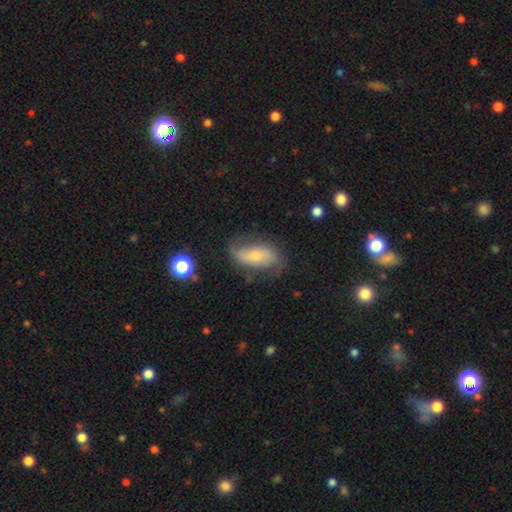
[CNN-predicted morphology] Overall: featured or disk (58%; smooth 33%). Edge-on disk: no (89%). Bar: no (52%; weak 27%). Spiral arms: yes (80%). Bulge size: small (57%; moderate 37%). Merging: none (61%; minor disturbance 24%).